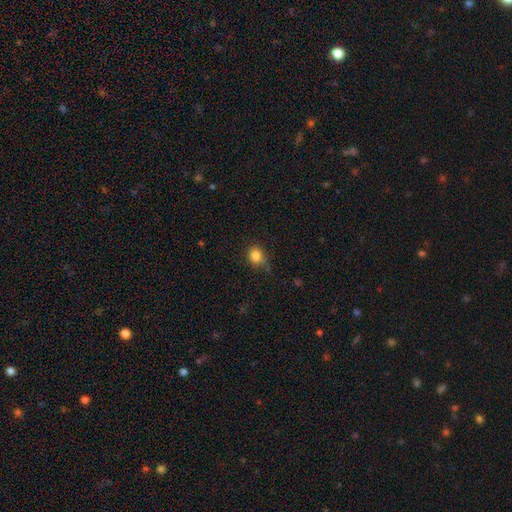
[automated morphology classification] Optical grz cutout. It shows a smooth galaxy with no disk features (83%) that is round (76%). Merging: none (64%).